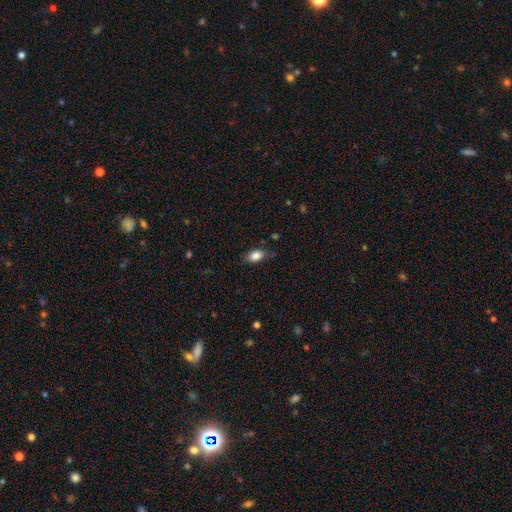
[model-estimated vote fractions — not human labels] The model was most divided on "merging": none: 75%, minor disturbance: 20%, major disturbance: 4%, merger: 1%. More confident: how rounded — in between (85%); smooth or featured — smooth (85%).